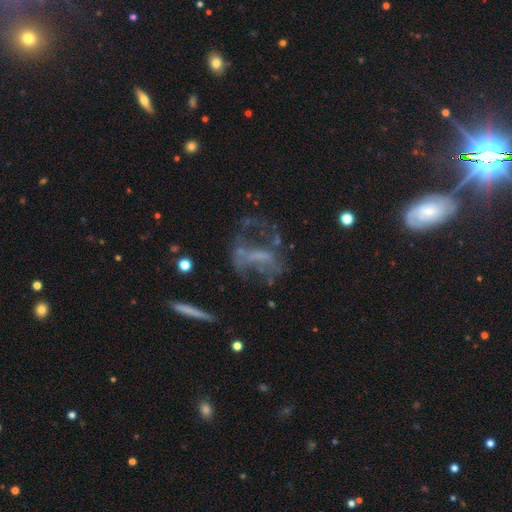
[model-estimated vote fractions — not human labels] Q: Smooth or featured?
A: featured or disk (61%); runner-up: star or artifact (20%)
Q: Edge-on disk?
A: no (92%); runner-up: yes (8%)
Q: Bar?
A: no (54%); runner-up: weak (27%)
Q: Spiral arms?
A: no (64%); runner-up: yes (36%)
Q: Bulge size?
A: none (63%); runner-up: small (18%)
Q: Merging?
A: none (40%); runner-up: major disturbance (37%)